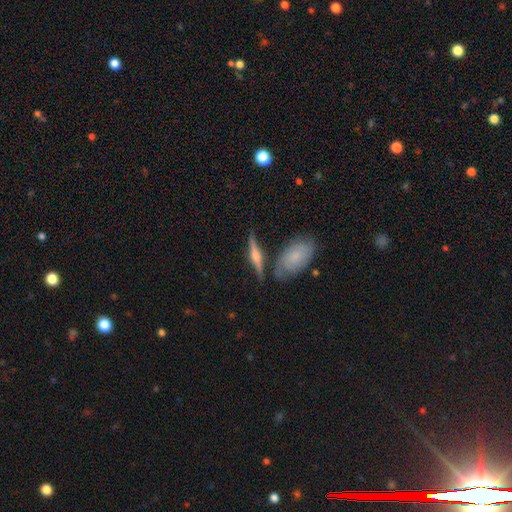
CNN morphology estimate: featured or disk 70%, smooth 24%, star or artifact 7%. Down the decision tree: edge-on disk — yes (94%); edge-on bulge — rounded (87%); merging — none (74%).